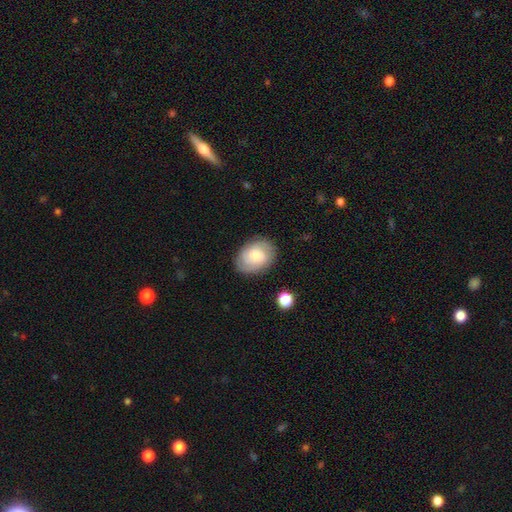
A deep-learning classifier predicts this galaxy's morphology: Smooth or featured: smooth — 52% (featured or disk — 40%)
How rounded: in between — 71% (round — 28%)
Merging: none — 81% (minor disturbance — 14%)